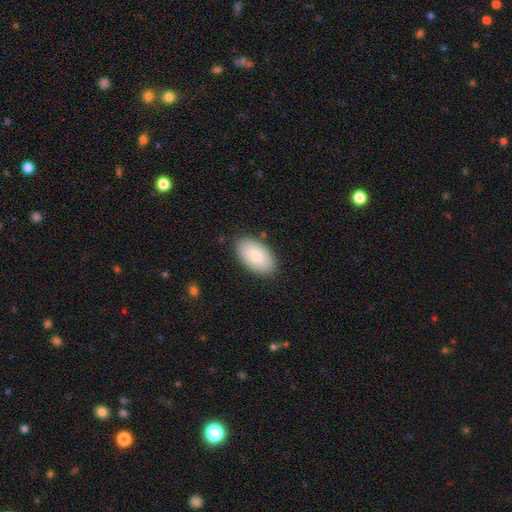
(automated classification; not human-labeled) A smooth galaxy with no disk features (84%) that is in between round and cigar-shaped (96%).

Vote fractions:
- Smooth or featured? smooth: 84% / featured or disk: 10% / star or artifact: 6%
- How rounded? in between: 96% / round: 3% / cigar-shaped: 2%
- Merging? none: 86% / minor disturbance: 10% / major disturbance: 2% / merger: 1%